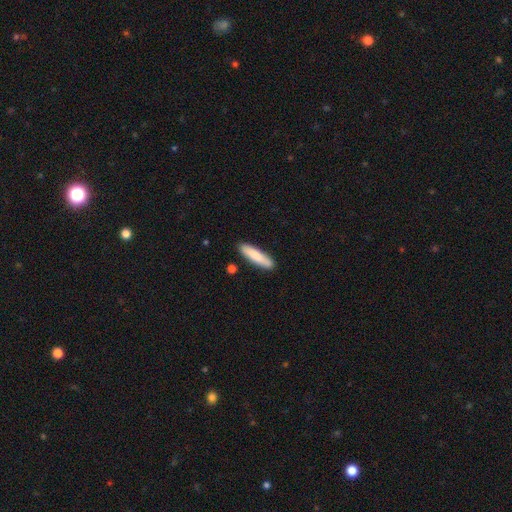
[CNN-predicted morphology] Q: Smooth or featured?
A: smooth (81%); runner-up: featured or disk (14%)
Q: How rounded?
A: cigar-shaped (79%); runner-up: in between (19%)
Q: Merging?
A: none (88%); runner-up: minor disturbance (9%)